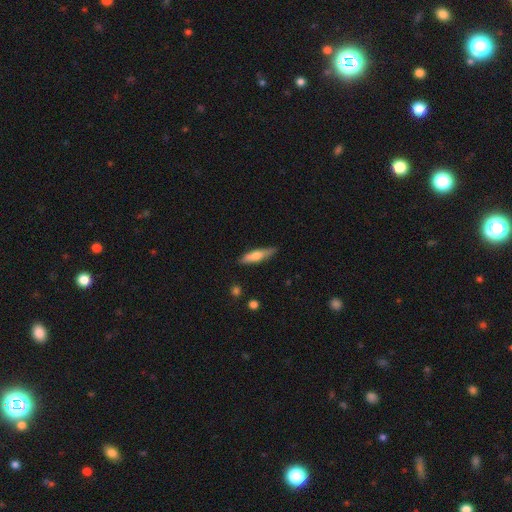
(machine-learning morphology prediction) A smooth galaxy with no disk features (60%) that is cigar-shaped (72%).

Vote fractions:
- Smooth or featured? smooth: 60% / featured or disk: 34% / star or artifact: 6%
- How rounded? cigar-shaped: 72% / in between: 26% / round: 2%
- Merging? none: 82% / minor disturbance: 14% / major disturbance: 2% / merger: 2%